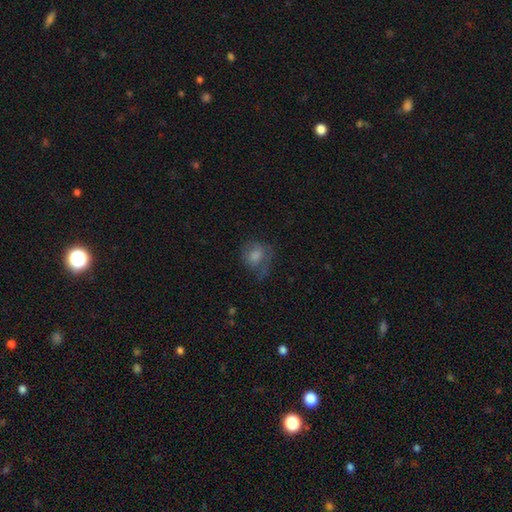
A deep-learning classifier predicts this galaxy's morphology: Overall: smooth (69%). How rounded: round (60%; in between 39%). Merging: none (41%; major disturbance 29%).